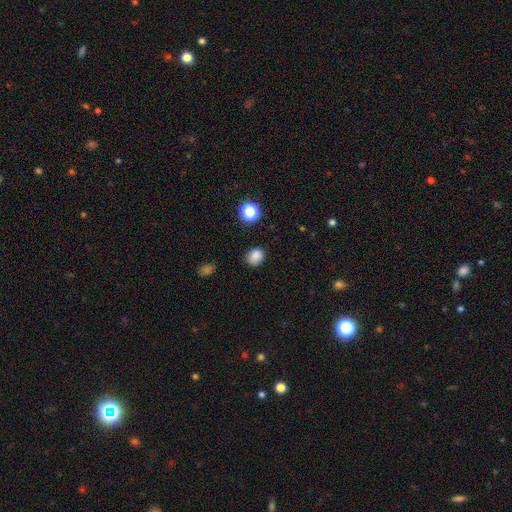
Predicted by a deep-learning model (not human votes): Overall: smooth (83%). How rounded: round (66%; in between 33%). Merging: none (81%).